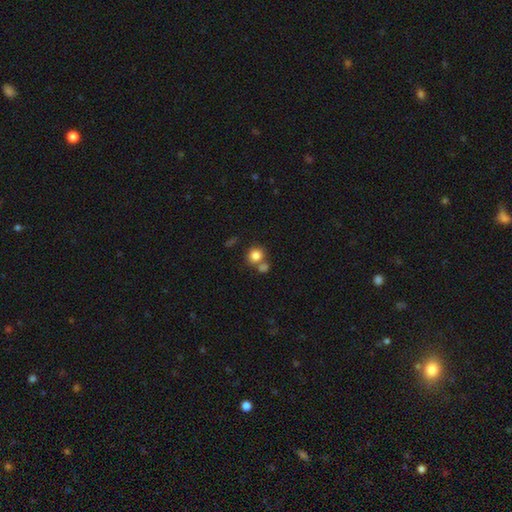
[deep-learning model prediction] Q: Smooth or featured?
A: smooth (82%); runner-up: star or artifact (11%)
Q: How rounded?
A: round (84%); runner-up: in between (15%)
Q: Merging?
A: none (57%); runner-up: merger (30%)